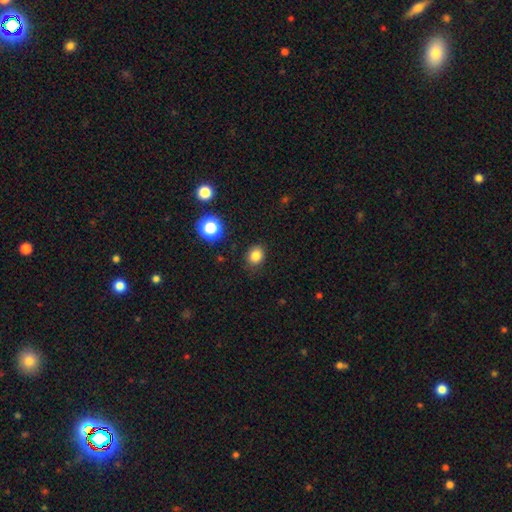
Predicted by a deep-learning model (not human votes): smooth-or-featured: smooth: 83% | star or artifact: 13% | featured or disk: 5%
  how-rounded: round: 64% | in between: 35% | cigar-shaped: 1%
  merging: none: 87% | minor disturbance: 9% | major disturbance: 3% | merger: 1%